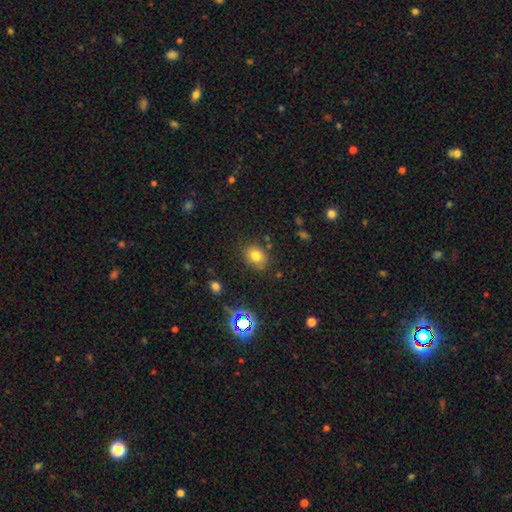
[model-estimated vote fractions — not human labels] Overall: smooth (76%). How rounded: in between (52%; round 47%). Merging: none (80%).